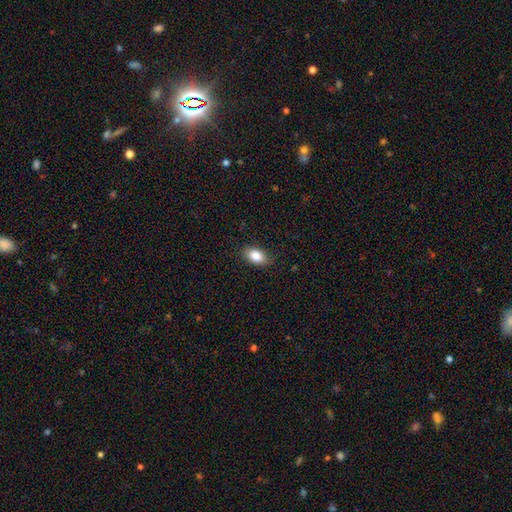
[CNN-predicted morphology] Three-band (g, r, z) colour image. It shows a smooth galaxy with no disk features (85%) that is in between round and cigar-shaped (89%). Merging: none (85%).